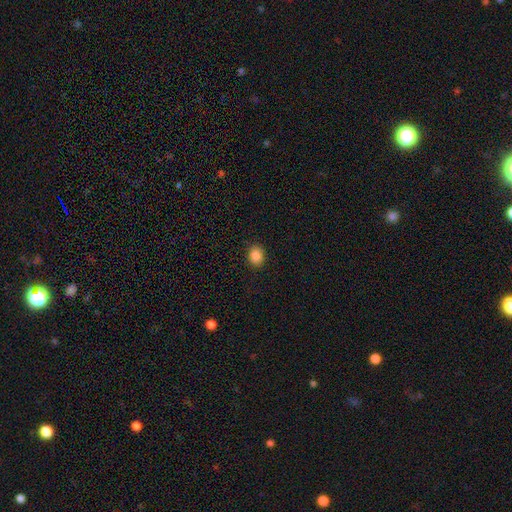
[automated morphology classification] A smooth galaxy with no disk features (87%) that is round (54%).

Vote fractions:
- Smooth or featured? smooth: 87% / star or artifact: 10% / featured or disk: 4%
- How rounded? round: 54% / in between: 45% / cigar-shaped: 1%
- Merging? none: 89% / minor disturbance: 8% / major disturbance: 2% / merger: 1%